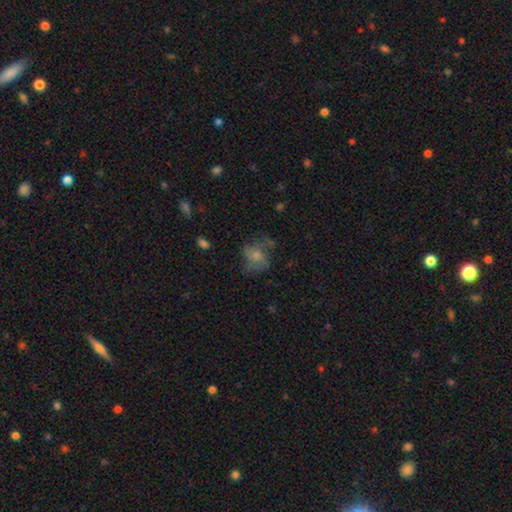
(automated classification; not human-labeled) Overall: smooth (55%; featured or disk 32%). How rounded: round (59%; in between 39%). Merging: none (46%; minor disturbance 25%).